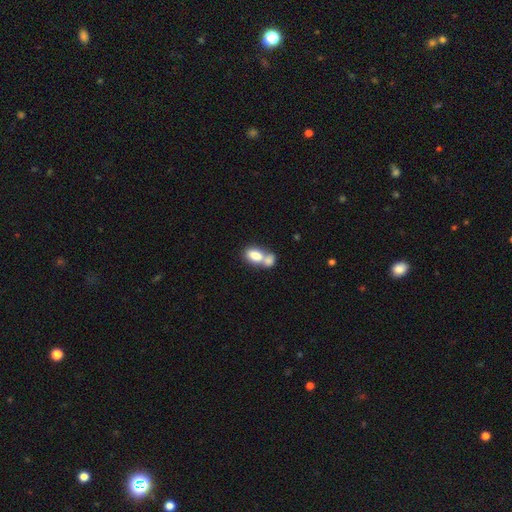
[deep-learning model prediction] smooth 79%, featured or disk 13%, star or artifact 8%. Down the decision tree: how rounded — in between (86%); merging — merger (66%).